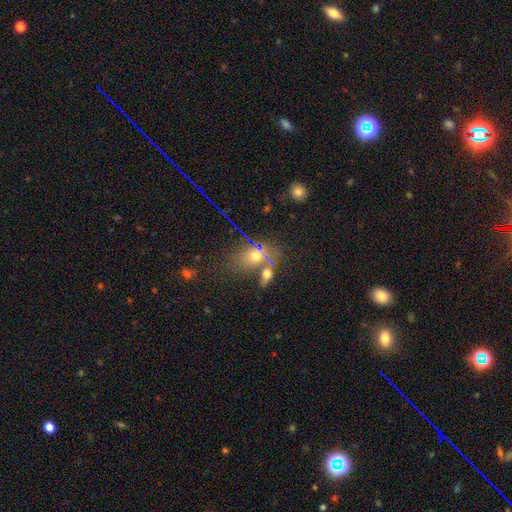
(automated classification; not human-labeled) Smooth or featured? Predicted: smooth (p=0.60). How rounded? Predicted: in between (p=0.73). Merging? Predicted: none (p=0.46).